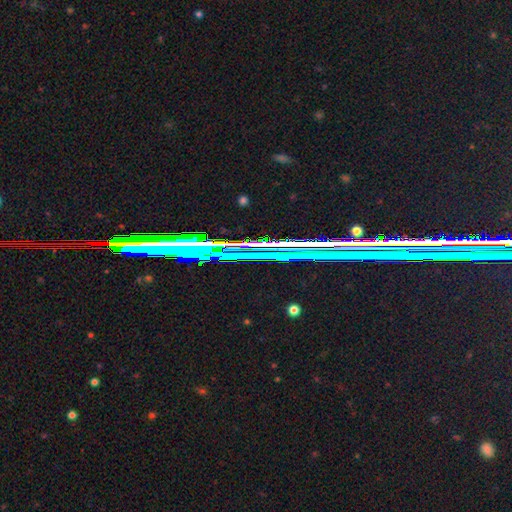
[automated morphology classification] This is likely a star or artifact rather than a galaxy (74%).